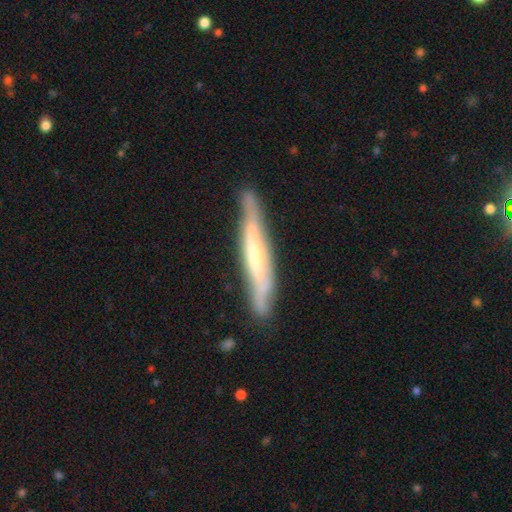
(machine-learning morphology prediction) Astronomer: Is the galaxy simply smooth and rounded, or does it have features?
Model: featured or disk — 64%.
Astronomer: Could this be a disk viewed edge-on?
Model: yes — 79%.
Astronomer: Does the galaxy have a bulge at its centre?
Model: rounded — 46% (runner-up: none, 39%).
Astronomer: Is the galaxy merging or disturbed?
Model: none — 78%.